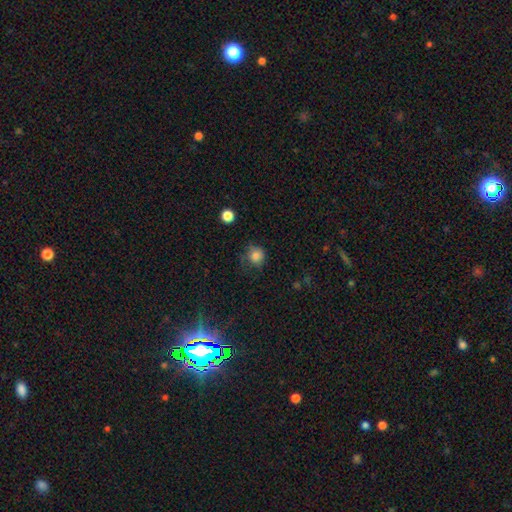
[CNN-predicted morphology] Smooth or featured? smooth (81%)
How rounded? round (86%)
Merging? none (63%)